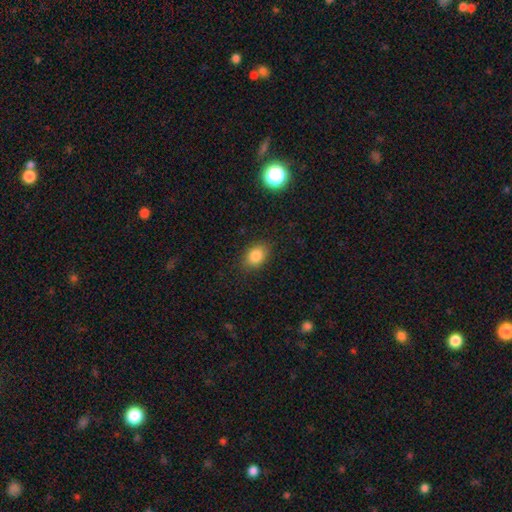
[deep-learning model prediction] smooth 84%, star or artifact 10%, featured or disk 6%. Down the decision tree: how rounded — in between (73%); merging — none (86%).